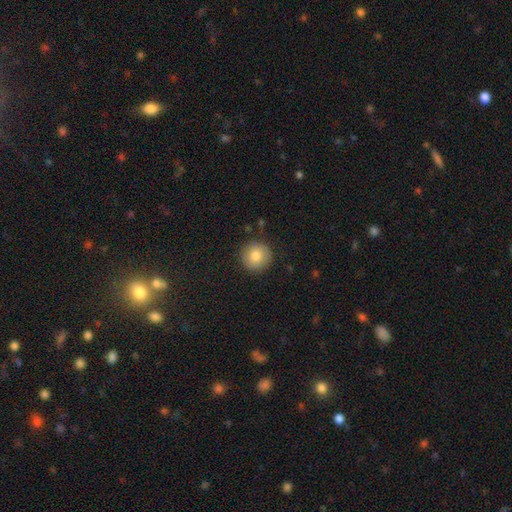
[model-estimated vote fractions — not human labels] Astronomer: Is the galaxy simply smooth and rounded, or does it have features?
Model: smooth — 82%.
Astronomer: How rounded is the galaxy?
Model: round — 94%.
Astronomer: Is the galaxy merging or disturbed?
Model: none — 89%.